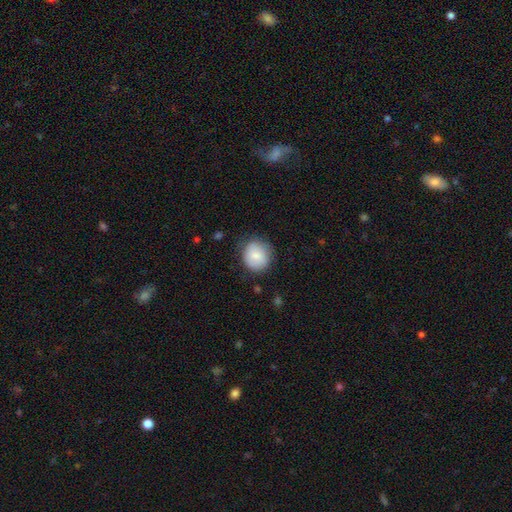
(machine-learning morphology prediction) A smooth galaxy with no disk features (80%) that is round (82%). Merging: none (77%).